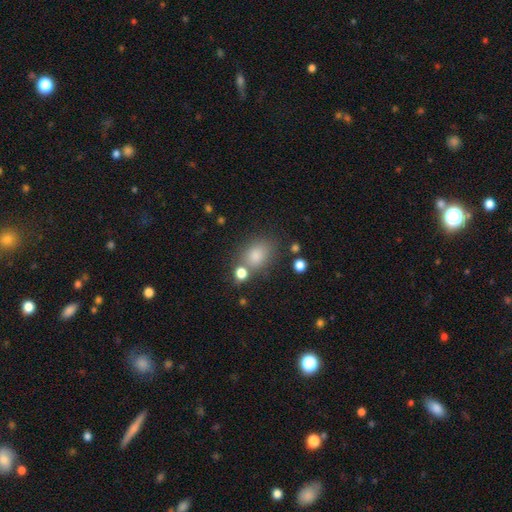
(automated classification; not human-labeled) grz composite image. It shows a smooth galaxy with no disk features (81%) that is in between round and cigar-shaped (62%). Merging: none (62%).